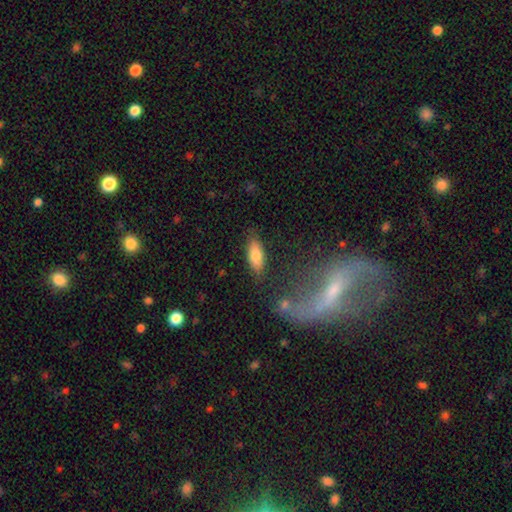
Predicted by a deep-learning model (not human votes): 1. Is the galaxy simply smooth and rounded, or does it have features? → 80% smooth, 13% featured or disk, 7% star or artifact.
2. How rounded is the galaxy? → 77% in between, 20% cigar-shaped, 2% round.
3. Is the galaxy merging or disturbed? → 82% none, 12% minor disturbance, 3% major disturbance, 3% merger.